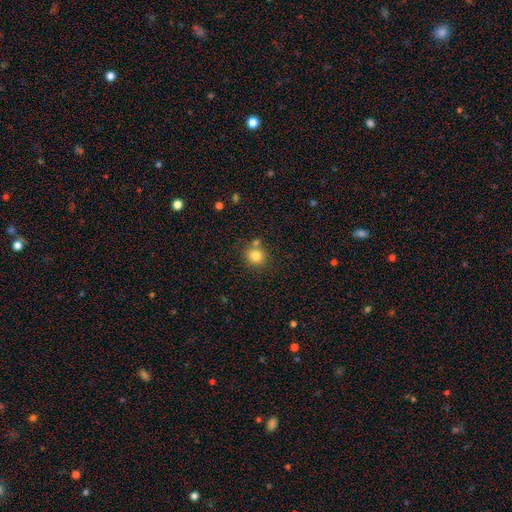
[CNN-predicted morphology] A smooth galaxy with no disk features (81%) that is round (79%).

Vote fractions:
- Smooth or featured? smooth: 81% / star or artifact: 11% / featured or disk: 7%
- How rounded? round: 79% / in between: 20% / cigar-shaped: 1%
- Merging? none: 69% / merger: 16% / minor disturbance: 12% / major disturbance: 3%